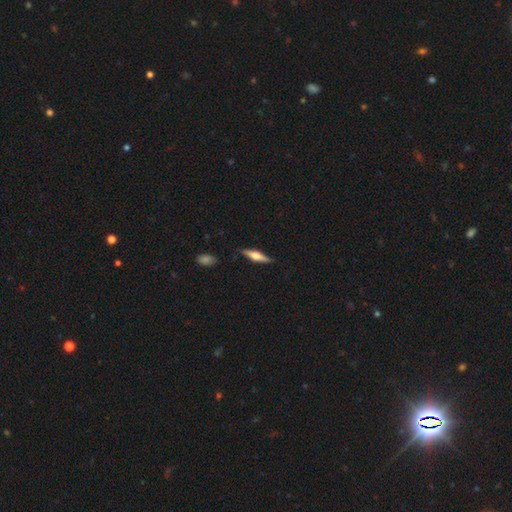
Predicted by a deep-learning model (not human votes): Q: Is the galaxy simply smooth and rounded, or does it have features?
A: featured or disk — 55%.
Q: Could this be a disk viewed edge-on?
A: yes — 95%.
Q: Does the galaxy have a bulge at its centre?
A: rounded — 89%.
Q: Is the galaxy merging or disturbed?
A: none — 85%.